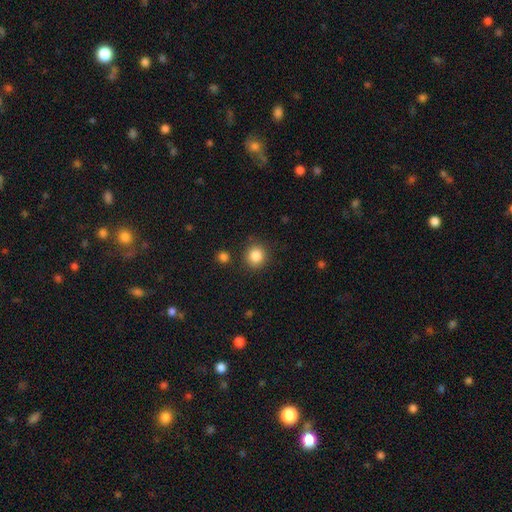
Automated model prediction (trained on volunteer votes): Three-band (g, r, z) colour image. It shows a smooth galaxy with no disk features (85%) that is round (89%). Merging: none (87%).